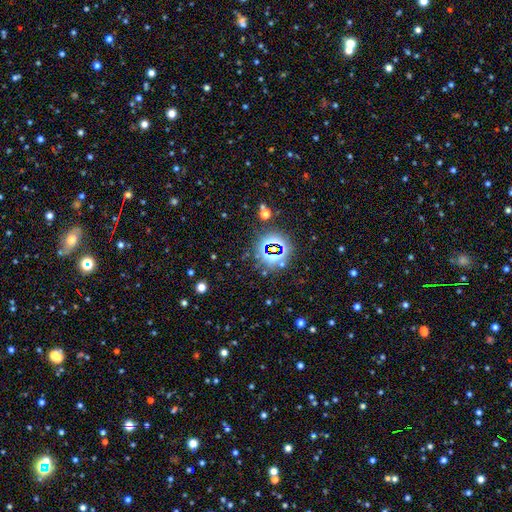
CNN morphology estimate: Smooth or featured?
  - star or artifact: 80% *
  - smooth: 12%
  - featured or disk: 8%